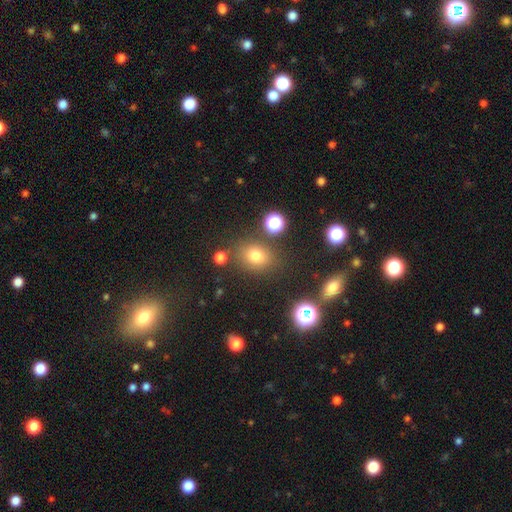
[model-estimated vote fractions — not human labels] smooth 72%, star or artifact 19%, featured or disk 9%. Down the decision tree: how rounded — round (59%); merging — none (79%).